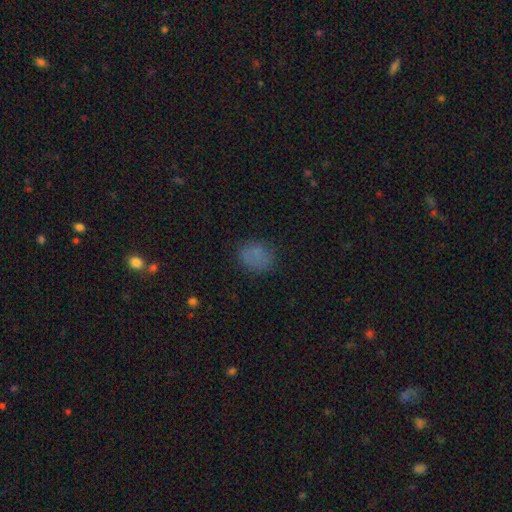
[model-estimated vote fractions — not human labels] Smooth or featured: smooth — 74% (star or artifact — 16%)
How rounded: in between — 50% (round — 49%)
Merging: none — 73% (minor disturbance — 19%)